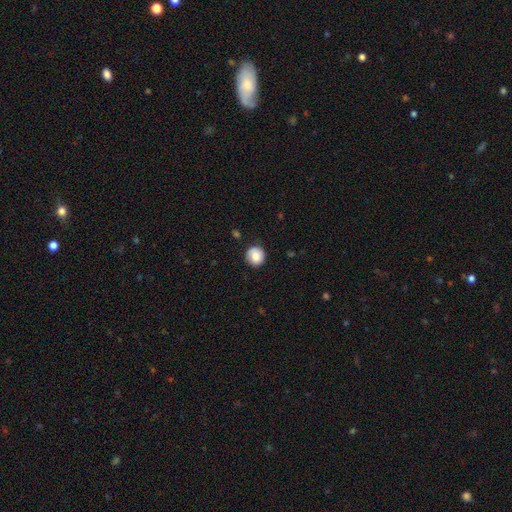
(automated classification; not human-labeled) smooth-or-featured: smooth: 79% | featured or disk: 13% | star or artifact: 8%
  how-rounded: round: 91% | in between: 8% | cigar-shaped: 1%
  merging: none: 82% | minor disturbance: 14% | major disturbance: 3% | merger: 1%